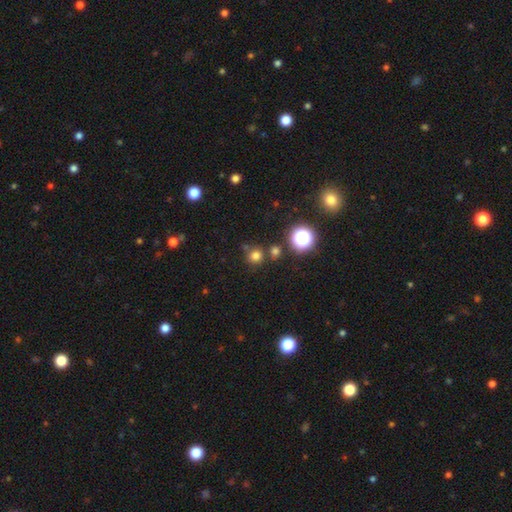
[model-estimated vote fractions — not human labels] Smooth or featured: smooth — 73% (star or artifact — 21%)
How rounded: round — 92% (in between — 7%)
Merging: none — 77% (merger — 12%)